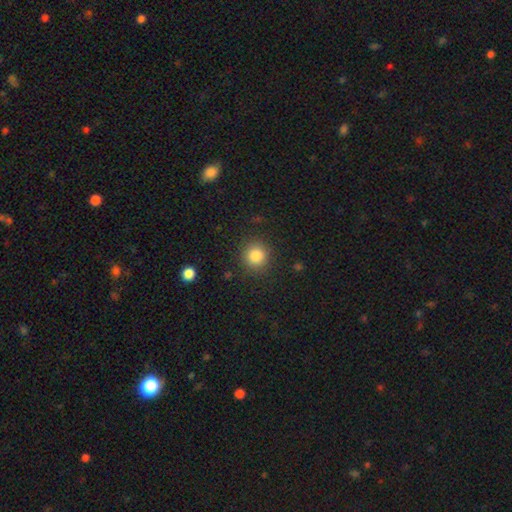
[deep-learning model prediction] Morphology: type=smooth (84%); roundness=round (92%); merging=none (89%).